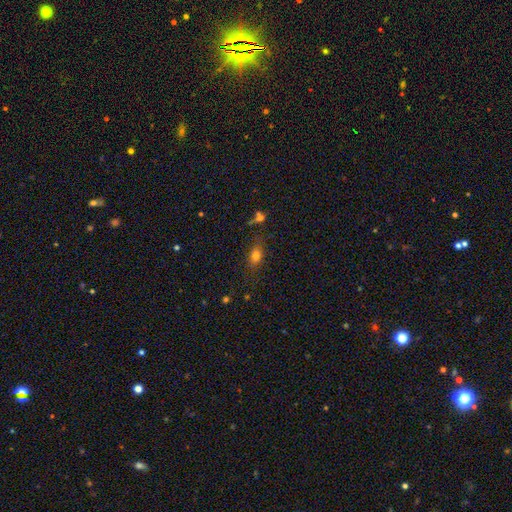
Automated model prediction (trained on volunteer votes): Morphology: type=smooth (74%); roundness=in between (68%); merging=none (73%).